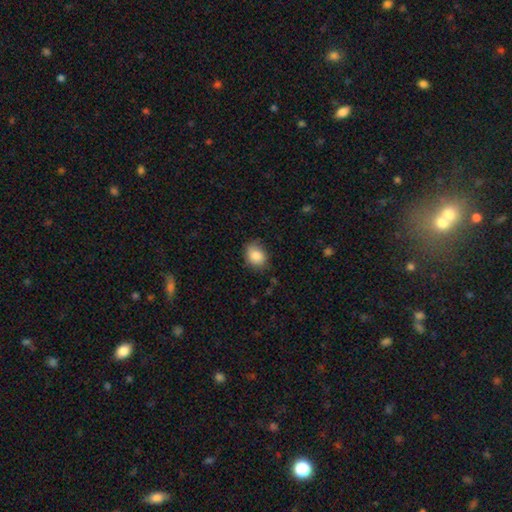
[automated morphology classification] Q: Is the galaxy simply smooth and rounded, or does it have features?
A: smooth — 85%.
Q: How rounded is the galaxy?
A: in between — 55%.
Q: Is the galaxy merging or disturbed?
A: none — 70%.